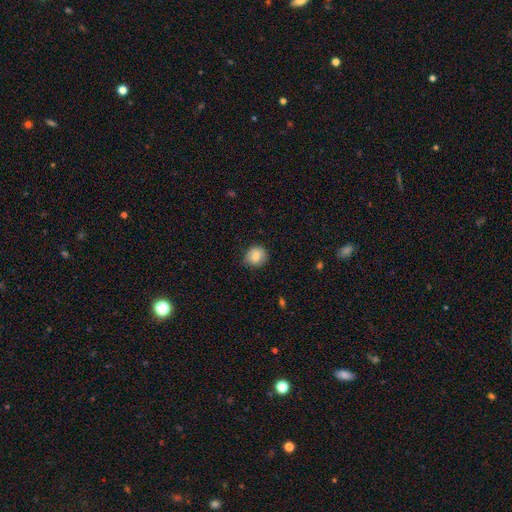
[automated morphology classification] The model was most divided on "merging": none: 73%, minor disturbance: 22%, major disturbance: 4%, merger: 1%. More confident: how rounded — round (79%); smooth or featured — smooth (78%).